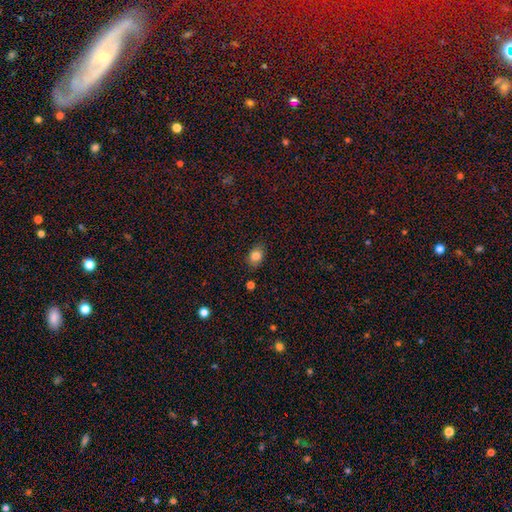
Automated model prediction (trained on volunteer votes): Smooth or featured: smooth — 82% (star or artifact — 11%)
How rounded: in between — 67% (round — 31%)
Merging: none — 84% (minor disturbance — 12%)